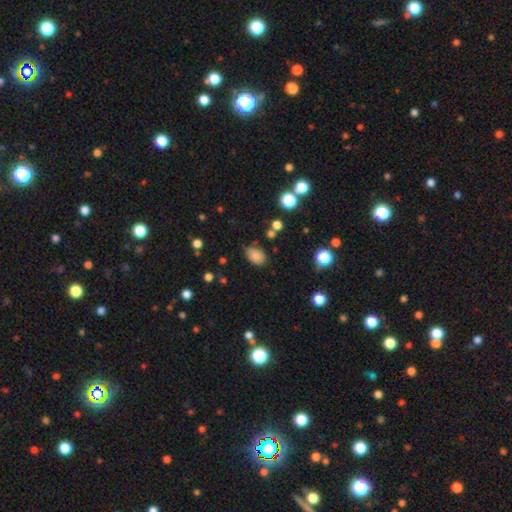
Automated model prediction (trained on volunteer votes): Morphology: type=smooth (83%); roundness=in between (80%); merging=none (72%).